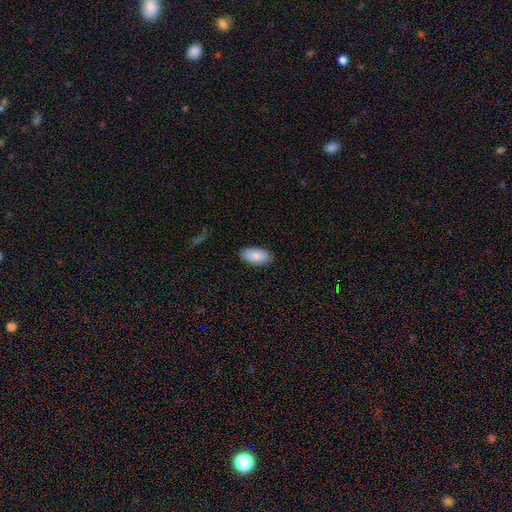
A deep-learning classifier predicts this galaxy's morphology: Smooth or featured: smooth — 86% (featured or disk — 8%)
How rounded: in between — 95% (cigar-shaped — 3%)
Merging: none — 86% (minor disturbance — 11%)